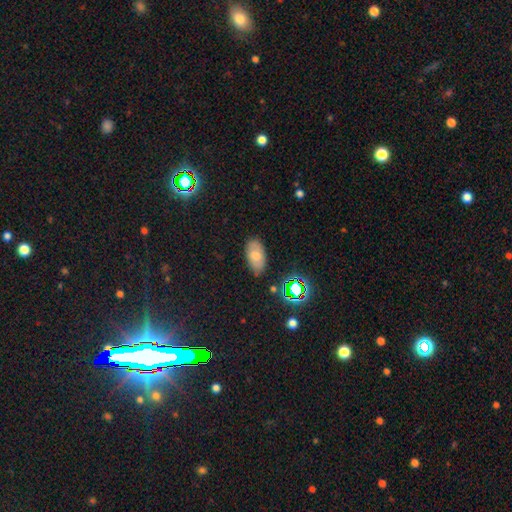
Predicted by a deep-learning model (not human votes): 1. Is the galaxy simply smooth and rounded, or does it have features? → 68% smooth, 19% featured or disk, 13% star or artifact.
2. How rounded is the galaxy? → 93% in between, 5% round, 2% cigar-shaped.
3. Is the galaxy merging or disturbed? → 77% none, 17% minor disturbance, 4% major disturbance, 2% merger.